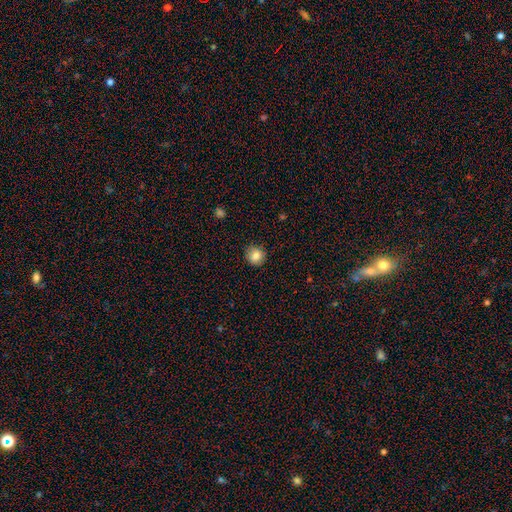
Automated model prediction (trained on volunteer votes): The model was most divided on "smooth or featured": smooth: 84%, star or artifact: 10%, featured or disk: 6%. More confident: how rounded — round (90%); merging — none (88%).